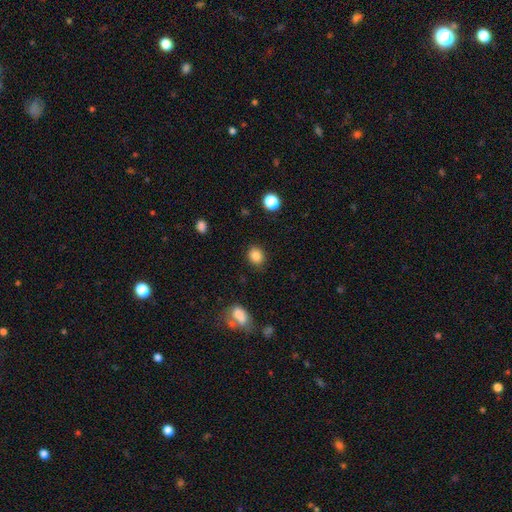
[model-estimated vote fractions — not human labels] smooth 86%, star or artifact 10%, featured or disk 5%. Down the decision tree: how rounded — round (63%); merging — none (86%).